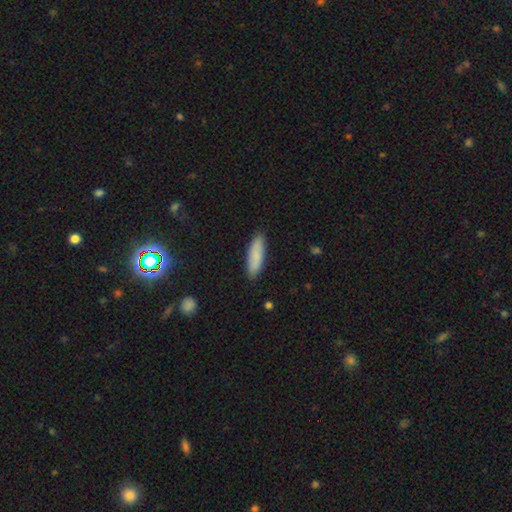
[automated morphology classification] smooth-or-featured: smooth: 84% | featured or disk: 10% | star or artifact: 6%
  how-rounded: cigar-shaped: 55% | in between: 43% | round: 2%
  merging: none: 88% | minor disturbance: 9% | major disturbance: 2% | merger: 1%